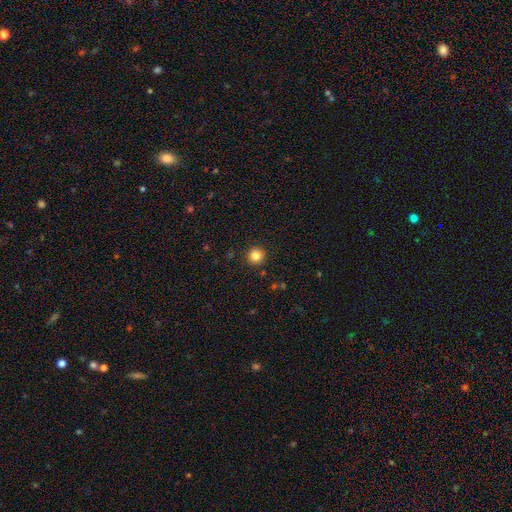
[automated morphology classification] type=smooth (83%); roundness=round (95%); merging=none (92%).